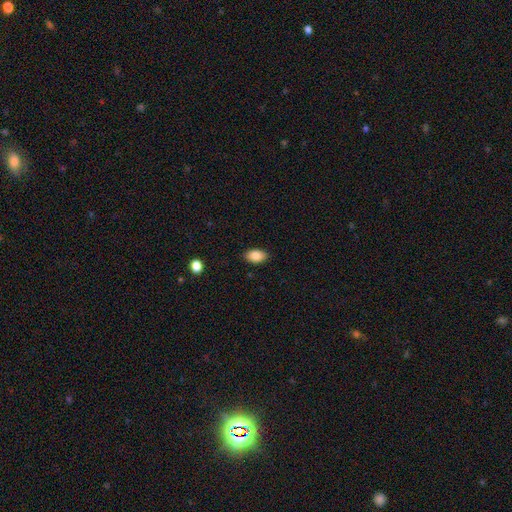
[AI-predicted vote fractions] This is clearly a smooth galaxy (86%). How rounded: clearly in between (90%). Merging: clearly none (87%).